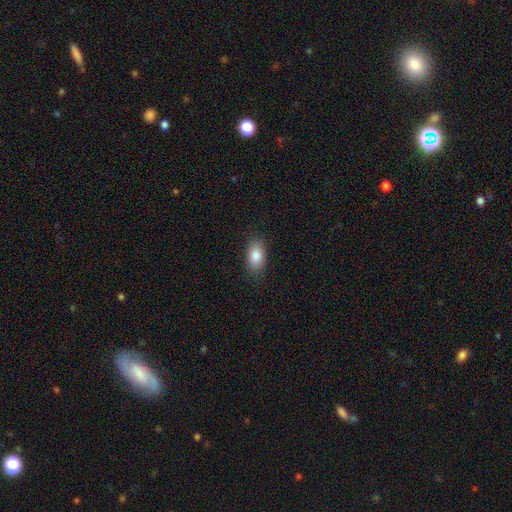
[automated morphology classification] A smooth galaxy with no disk features (84%) that is in between round and cigar-shaped (91%). Merging: none (86%).